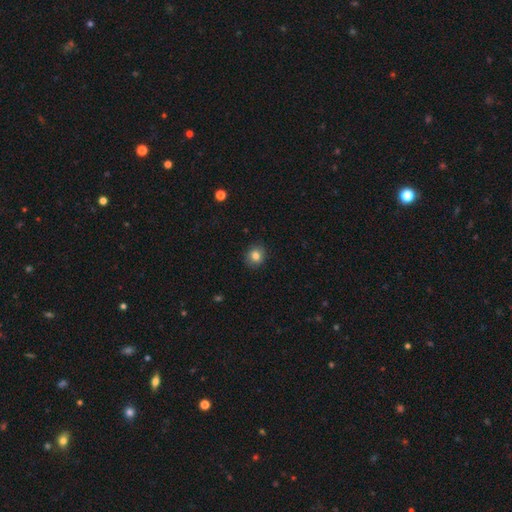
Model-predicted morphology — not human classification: Smooth or featured? Predicted: smooth (p=0.83). How rounded? Predicted: round (p=0.81). Merging? Predicted: none (p=0.88).